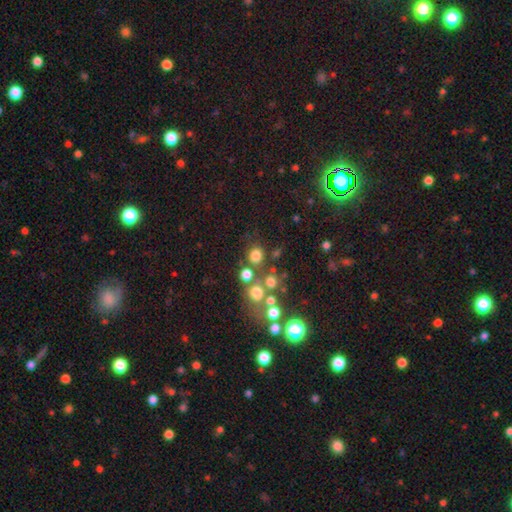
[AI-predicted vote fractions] smooth-or-featured: smooth: 73% | star or artifact: 19% | featured or disk: 9%
  how-rounded: round: 84% | in between: 14% | cigar-shaped: 1%
  merging: none: 71% | merger: 15% | minor disturbance: 9% | major disturbance: 5%